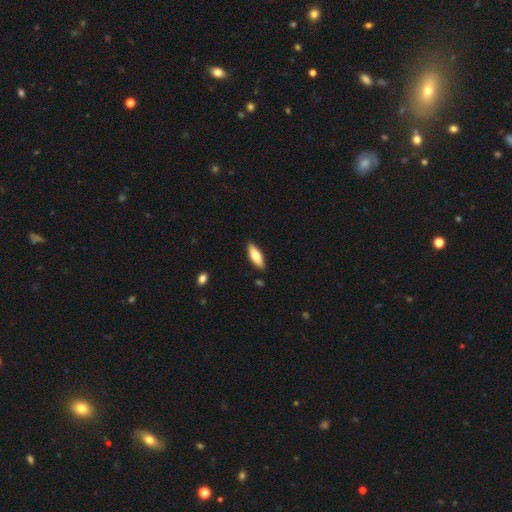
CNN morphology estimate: This is likely a smooth galaxy (65%). How rounded: possibly in between (54%). Merging: clearly none (87%).